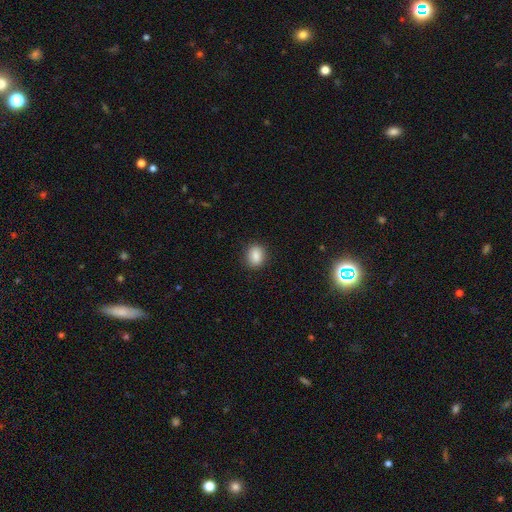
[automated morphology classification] A smooth galaxy with no disk features (87%) that is in between round and cigar-shaped (54%). Merging: none (87%).